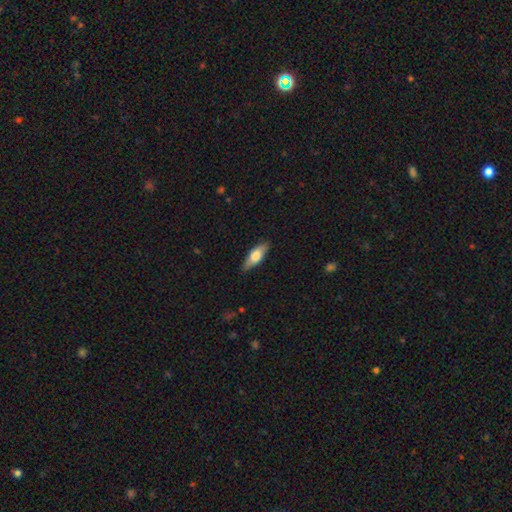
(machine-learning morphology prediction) smooth_or_featured: smooth (p=0.64) [alt: featured or disk p=0.30]
how_rounded: in between (p=0.63) [alt: cigar-shaped p=0.34]
merging: none (p=0.84) [alt: minor disturbance p=0.13]